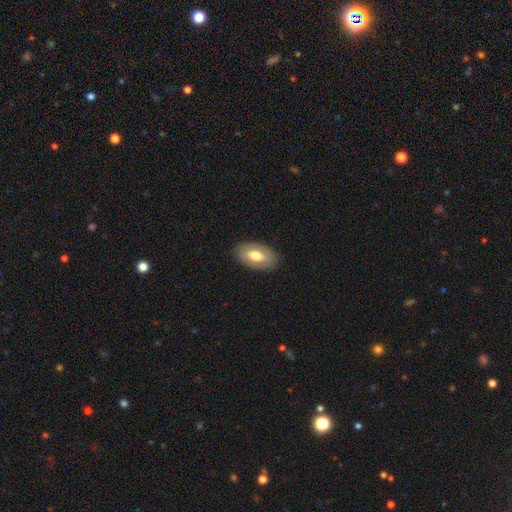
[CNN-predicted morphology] This appears to be a smooth galaxy with no disk features (65%) that is in between round and cigar-shaped (93%). Merging: none (86%).